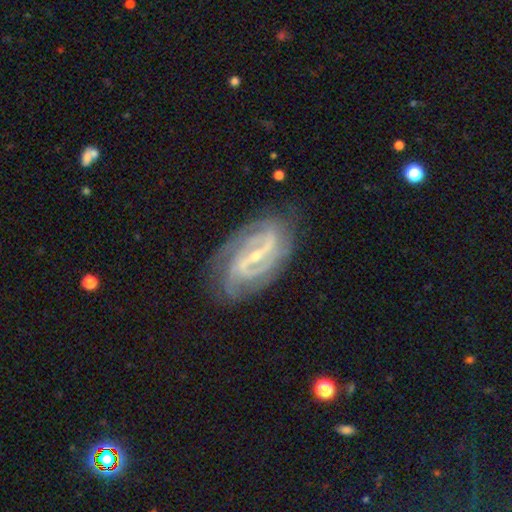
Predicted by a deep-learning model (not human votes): This is clearly a featured or disk galaxy (91%). It is clearly not viewed edge-on (95%). Bar: possibly strong (57%). Spiral arm pattern: clearly yes (98%). Spiral arm count: possibly 2 (53%). Spiral winding: possibly tight (50%). Central bulge: likely small (72%). Merging: likely none (78%).